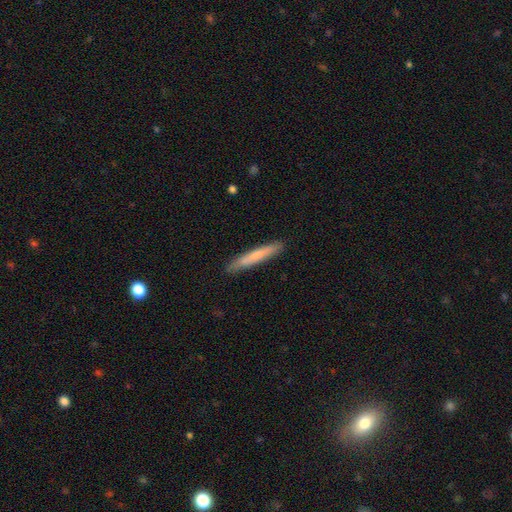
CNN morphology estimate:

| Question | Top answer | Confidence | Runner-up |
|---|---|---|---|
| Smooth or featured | smooth | 68% | featured or disk (26%) |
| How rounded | cigar-shaped | 95% | in between (4%) |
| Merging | none | 89% | minor disturbance (8%) |